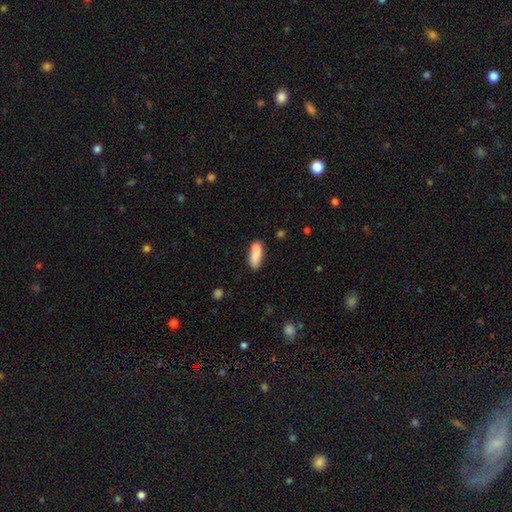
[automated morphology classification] Overall: smooth (80%). How rounded: in between (64%; cigar-shaped 33%). Merging: none (58%; merger 19%).